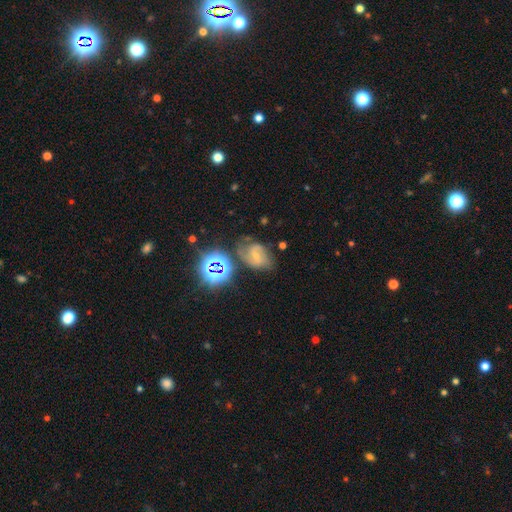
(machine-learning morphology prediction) featured or disk 63%, smooth 20%, star or artifact 18%. Down the decision tree: edge-on disk — no (97%); bar — weak (48%); spiral arms — yes (90%); spiral arm count — 2 (71%); spiral winding — medium (49%); bulge size — small (67%); merging — none (58%).